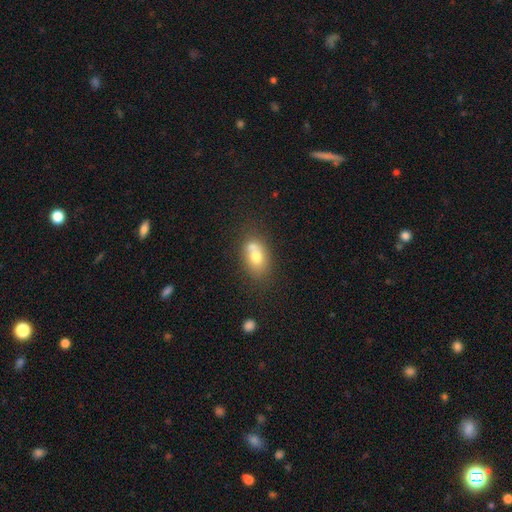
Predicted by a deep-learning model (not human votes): Overall: smooth (67%). How rounded: in between (73%). Merging: none (42%; merger 38%).